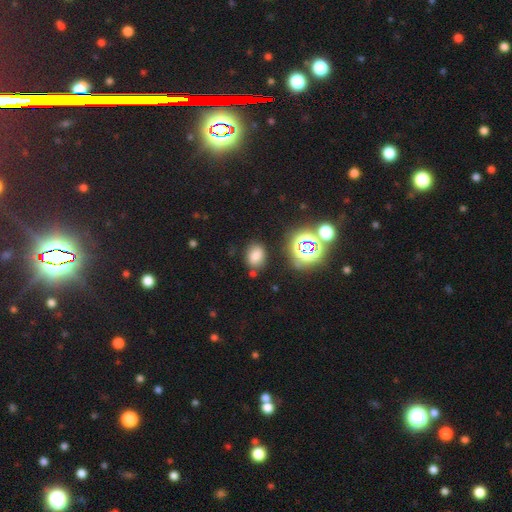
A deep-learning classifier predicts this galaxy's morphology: smooth-or-featured: smooth: 71% | star or artifact: 21% | featured or disk: 8%
  how-rounded: in between: 66% | round: 33% | cigar-shaped: 1%
  merging: none: 77% | minor disturbance: 13% | merger: 5% | major disturbance: 4%